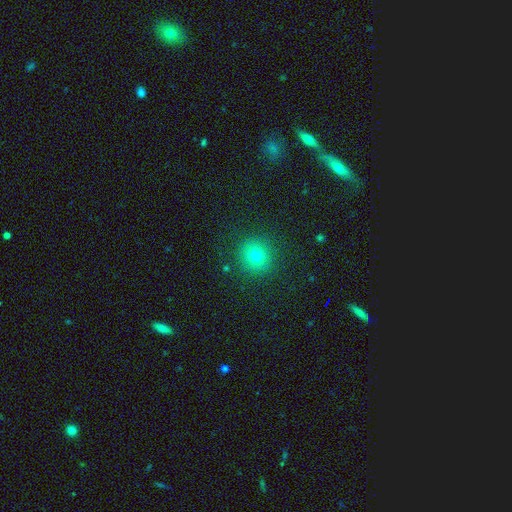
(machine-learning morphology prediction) Smooth or featured: smooth — 76% (star or artifact — 15%)
How rounded: round — 91% (in between — 8%)
Merging: none — 89% (minor disturbance — 7%)